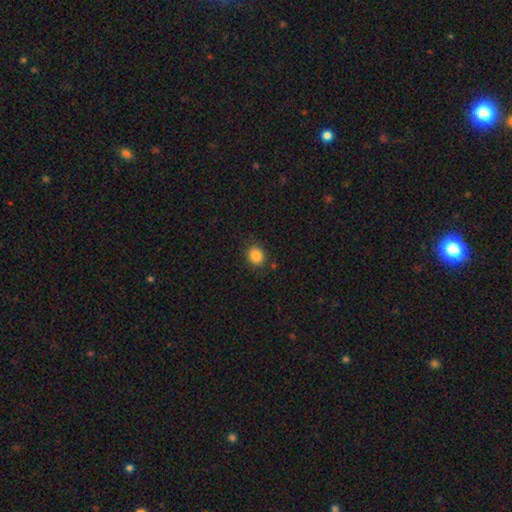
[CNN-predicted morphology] Smooth or featured? Predicted: smooth (p=0.86). How rounded? Predicted: round (p=0.74). Merging? Predicted: none (p=0.86).